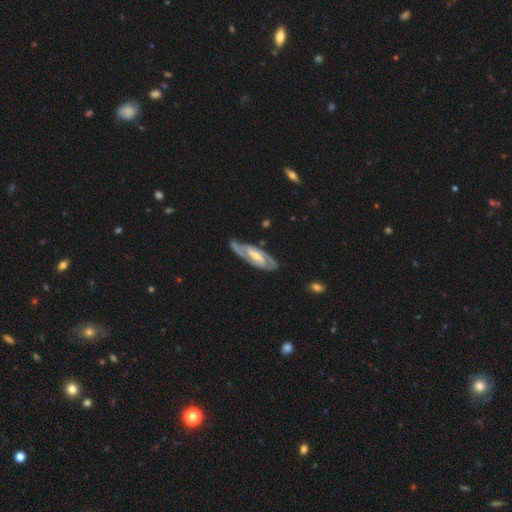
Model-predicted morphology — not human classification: Smooth or featured?
  - featured or disk: 85% *
  - smooth: 11%
  - star or artifact: 4%
Edge-on disk?
  - no: 89% *
  - yes: 11%
Bar?
  - weak: 43% *
  - strong: 32%
  - no: 25%
Spiral arms?
  - yes: 91% *
  - no: 9%
Spiral winding?
  - tight: 51% *
  - medium: 39%
  - loose: 10%
Spiral arm count?
  - 2: 77% *
  - can't tell: 13%
  - 3: 4%
  - 1: 3%
  - 4: 1%
  - more than 4: 1%
Bulge size?
  - moderate: 49% *
  - small: 46%
  - large: 2%
  - none: 2%
  - dominant: 1%
Merging?
  - none: 77% *
  - minor disturbance: 16%
  - major disturbance: 5%
  - merger: 2%